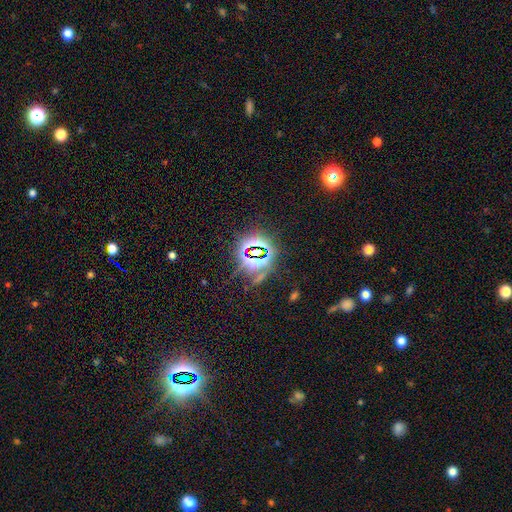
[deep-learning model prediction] Smooth or featured? Predicted: star or artifact (p=0.81).